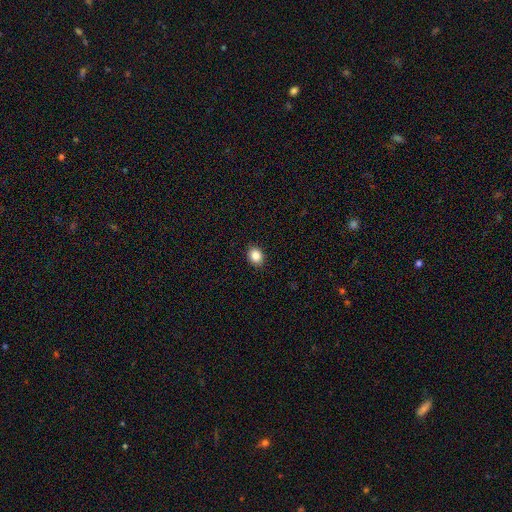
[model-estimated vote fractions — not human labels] A smooth galaxy with no disk features (85%) that is round (52%). Merging: none (90%).